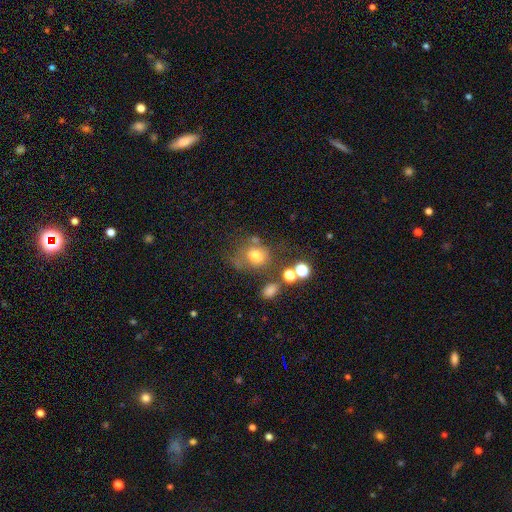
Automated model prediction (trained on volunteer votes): Smooth or featured? smooth (69%)
How rounded? round (55%)
Merging? none (45%)